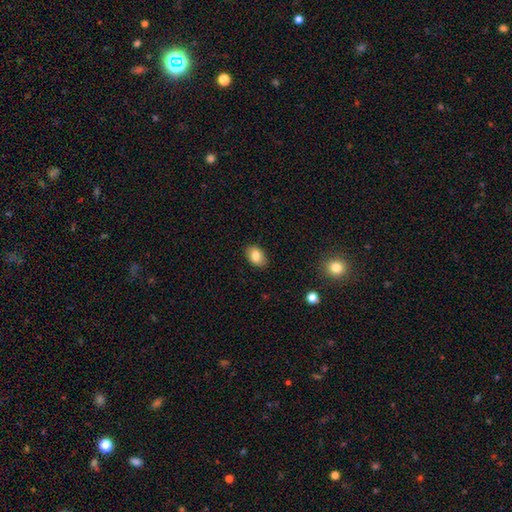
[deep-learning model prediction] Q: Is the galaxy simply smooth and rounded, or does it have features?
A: smooth — 83%.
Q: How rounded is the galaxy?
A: in between — 87%.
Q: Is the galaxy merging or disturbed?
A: none — 86%.